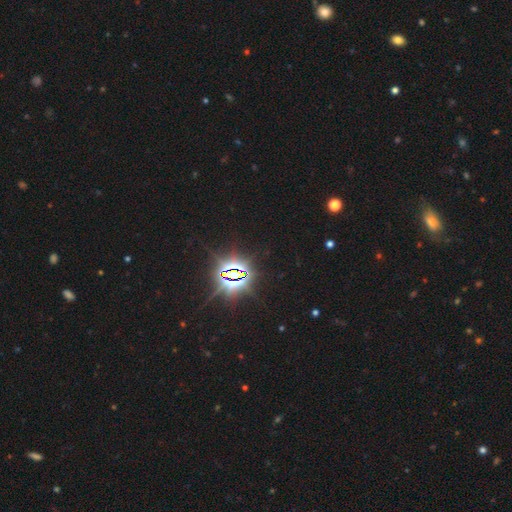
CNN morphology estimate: smooth-or-featured: star or artifact: 86% | smooth: 7% | featured or disk: 6%